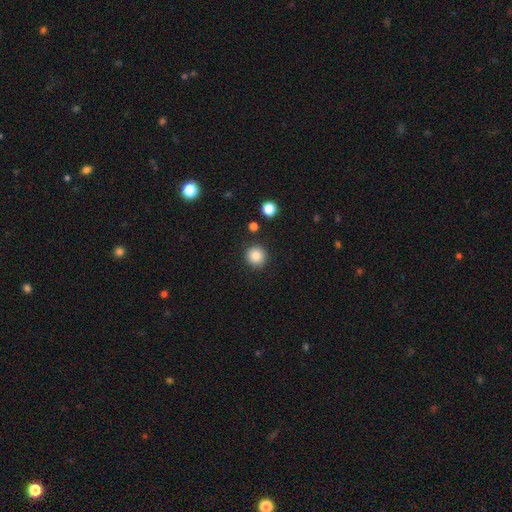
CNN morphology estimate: A smooth galaxy with no disk features (86%) that is round (93%).

Vote fractions:
- Smooth or featured? smooth: 86% / star or artifact: 10% / featured or disk: 4%
- How rounded? round: 93% / in between: 6% / cigar-shaped: 1%
- Merging? none: 88% / minor disturbance: 7% / major disturbance: 2% / merger: 2%